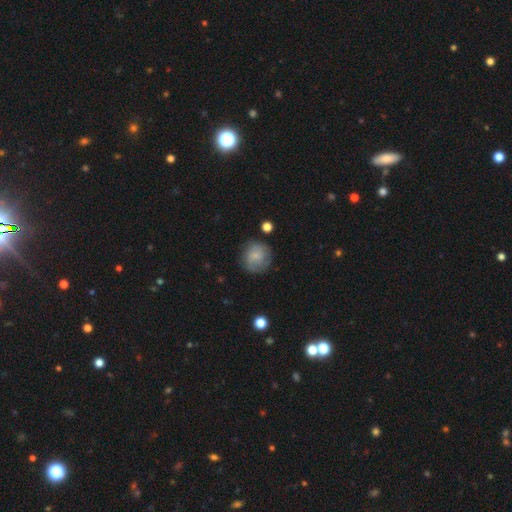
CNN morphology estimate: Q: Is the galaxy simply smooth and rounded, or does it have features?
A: smooth — 70%.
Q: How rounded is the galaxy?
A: round — 88%.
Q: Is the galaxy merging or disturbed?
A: none — 73%.